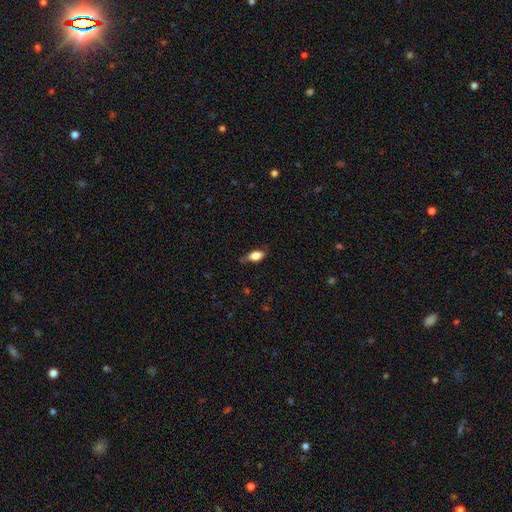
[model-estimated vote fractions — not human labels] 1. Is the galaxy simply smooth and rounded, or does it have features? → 78% smooth, 14% featured or disk, 8% star or artifact.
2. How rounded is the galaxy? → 84% in between, 11% cigar-shaped, 5% round.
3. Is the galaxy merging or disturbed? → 66% none, 26% minor disturbance, 6% major disturbance, 2% merger.